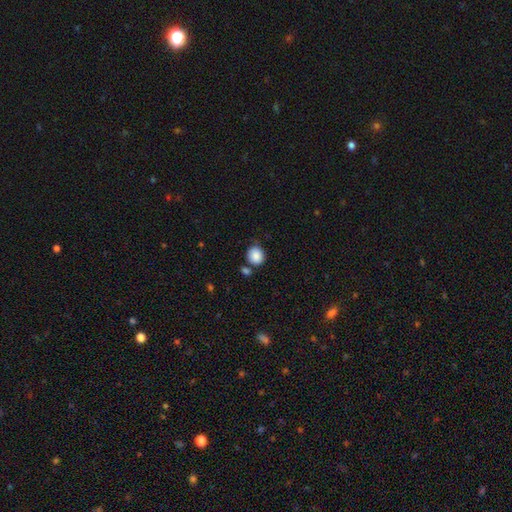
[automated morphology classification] Smooth or featured? smooth (87%)
How rounded? round (80%)
Merging? none (70%)